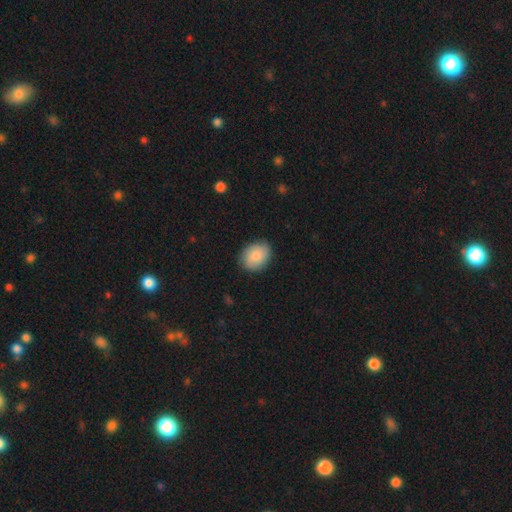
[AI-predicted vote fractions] smooth 84%, featured or disk 10%, star or artifact 6%. Down the decision tree: how rounded — in between (61%); merging — none (84%).